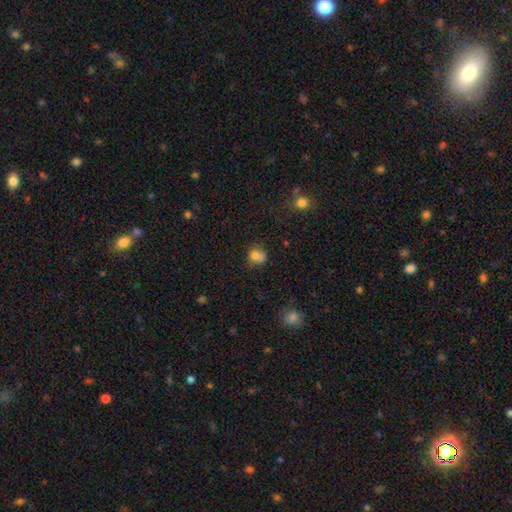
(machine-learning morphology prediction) This is likely a smooth galaxy (76%). How rounded: likely round (73%). Merging: possibly none (47%).